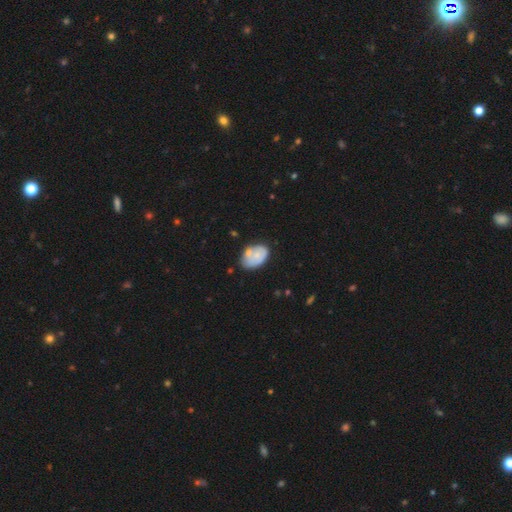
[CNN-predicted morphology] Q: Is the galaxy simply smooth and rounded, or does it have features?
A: smooth — 64%.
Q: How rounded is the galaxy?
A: in between — 87%.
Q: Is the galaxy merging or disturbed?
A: none — 53%.